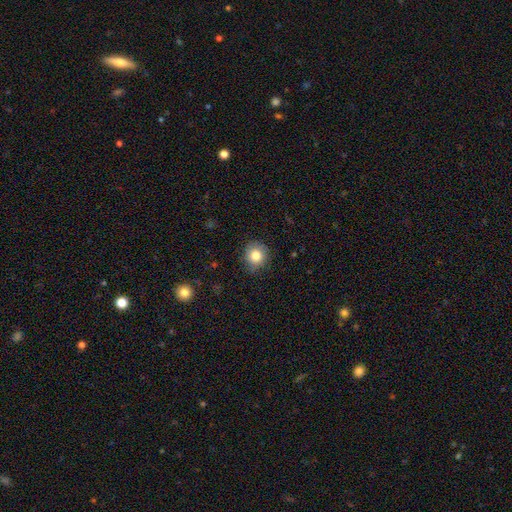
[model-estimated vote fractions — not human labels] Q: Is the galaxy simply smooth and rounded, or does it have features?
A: smooth — 80%.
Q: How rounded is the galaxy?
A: round — 87%.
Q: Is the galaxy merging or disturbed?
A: none — 78%.